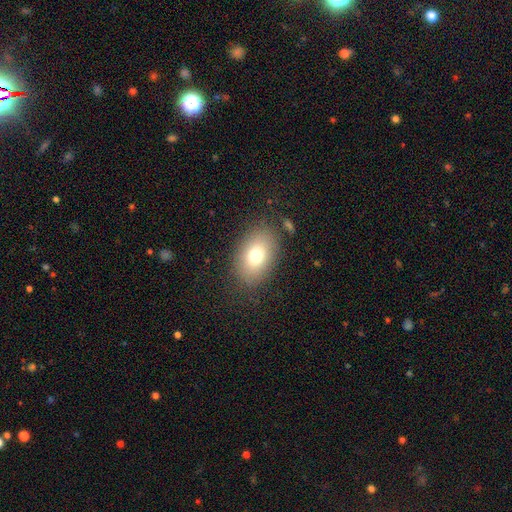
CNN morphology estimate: The model was most divided on "smooth or featured": smooth: 75%, featured or disk: 15%, star or artifact: 10%. More confident: how rounded — in between (84%); merging — none (81%).